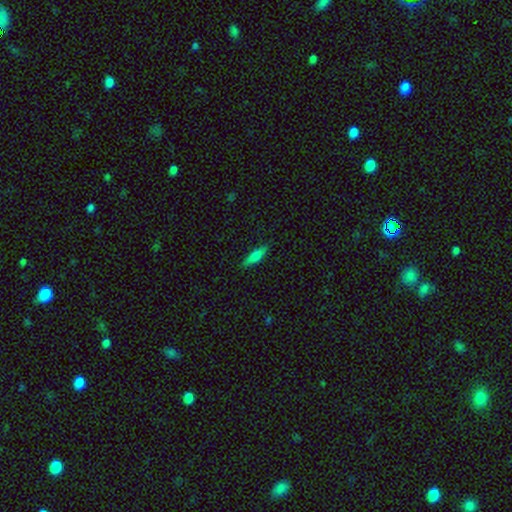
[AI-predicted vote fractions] Smooth or featured? Predicted: smooth (p=0.67). How rounded? Predicted: cigar-shaped (p=0.67). Merging? Predicted: none (p=0.86).